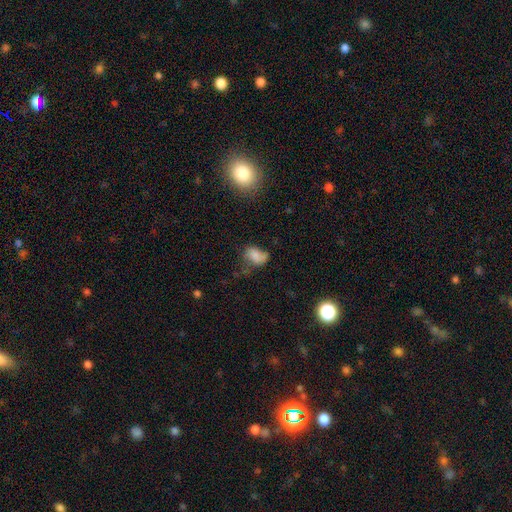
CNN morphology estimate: This appears to be a smooth galaxy with no disk features (68%) that is in between round and cigar-shaped (78%). Merging: none (31%).